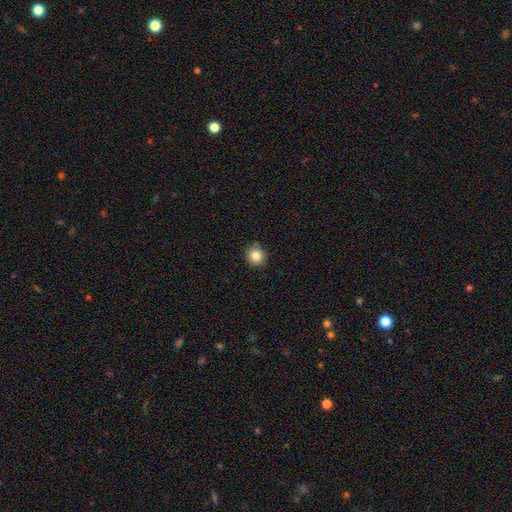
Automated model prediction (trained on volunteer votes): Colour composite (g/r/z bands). It shows a smooth galaxy with no disk features (84%) that is round (91%). Merging: none (86%).